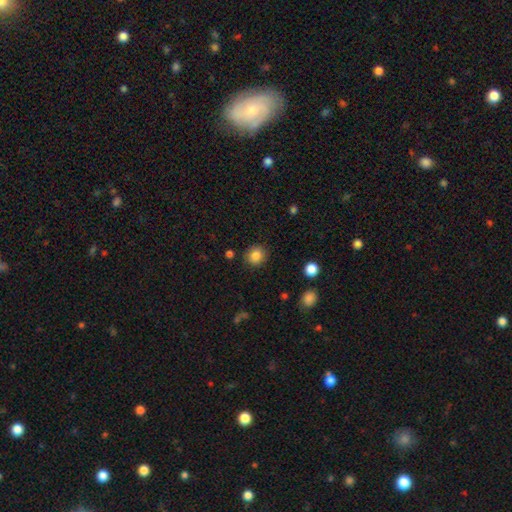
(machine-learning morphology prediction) Smooth or featured? smooth (84%)
How rounded? round (88%)
Merging? none (89%)